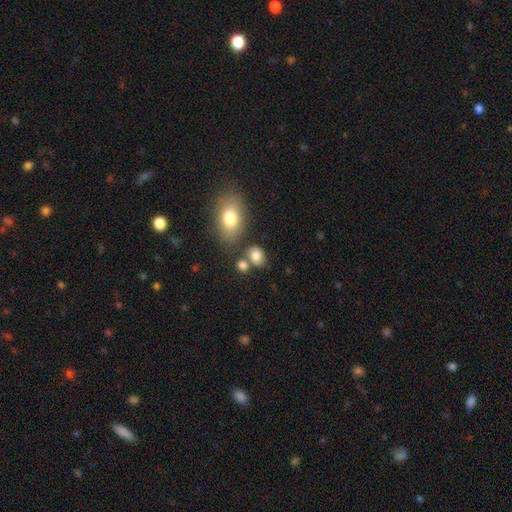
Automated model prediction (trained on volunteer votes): Smooth or featured? Predicted: smooth (p=0.82). How rounded? Predicted: in between (p=0.58). Merging? Predicted: none (p=0.60).